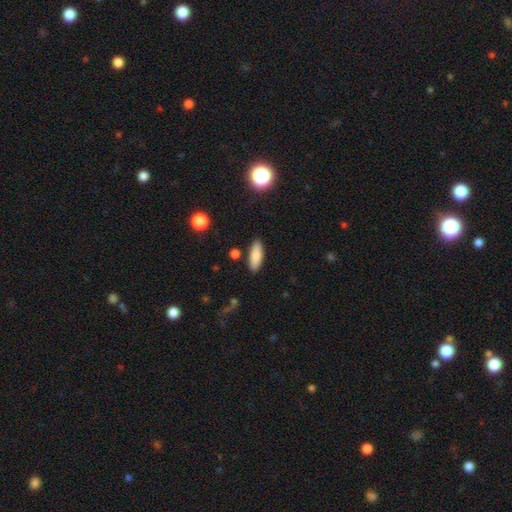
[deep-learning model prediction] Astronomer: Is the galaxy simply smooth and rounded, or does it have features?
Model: smooth — 81%.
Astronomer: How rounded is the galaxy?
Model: in between — 60% (runner-up: cigar-shaped, 38%).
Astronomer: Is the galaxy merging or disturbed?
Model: none — 86%.